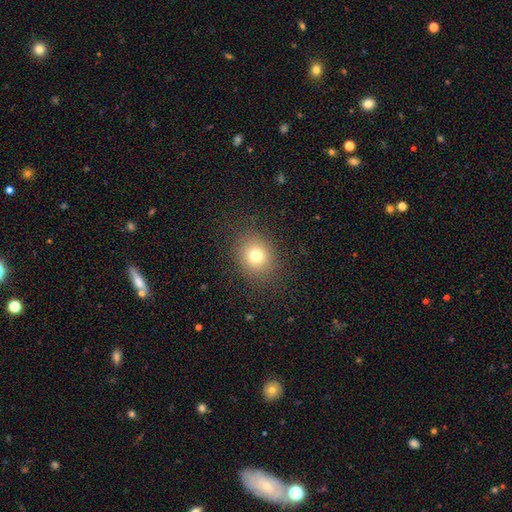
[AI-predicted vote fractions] Smooth or featured? Predicted: smooth (p=0.75). How rounded? Predicted: round (p=0.70). Merging? Predicted: none (p=0.85).